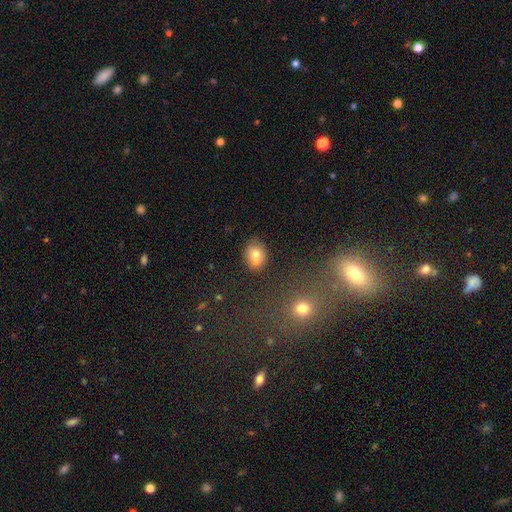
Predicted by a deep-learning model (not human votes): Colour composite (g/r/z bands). It shows a smooth galaxy with no disk features (74%) that is round (51%). Merging: none (49%).